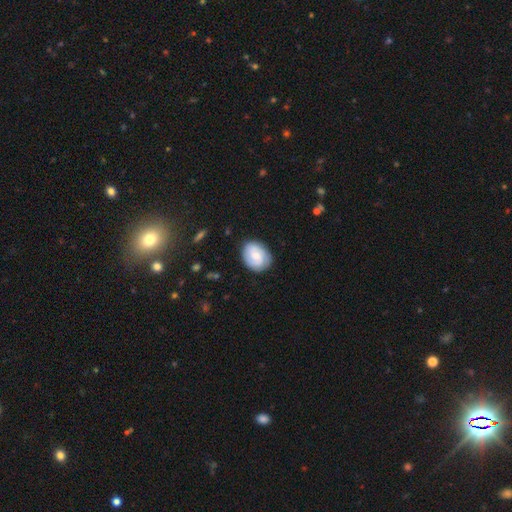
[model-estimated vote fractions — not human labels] Smooth or featured?
  - featured or disk: 53% *
  - smooth: 41%
  - star or artifact: 6%
Edge-on disk?
  - no: 97% *
  - yes: 3%
Bar?
  - no: 53% *
  - weak: 41%
  - strong: 7%
Spiral arms?
  - yes: 86% *
  - no: 14%
Bulge size?
  - moderate: 48% *
  - small: 43%
  - large: 4%
  - none: 4%
  - dominant: 1%
Merging?
  - none: 80% *
  - minor disturbance: 15%
  - major disturbance: 4%
  - merger: 1%